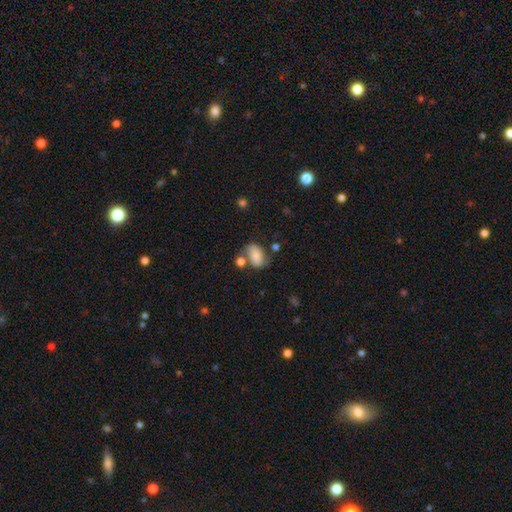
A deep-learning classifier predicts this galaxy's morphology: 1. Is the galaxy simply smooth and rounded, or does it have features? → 69% smooth, 22% featured or disk, 9% star or artifact.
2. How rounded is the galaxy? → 83% in between, 15% round, 2% cigar-shaped.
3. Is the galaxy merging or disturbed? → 51% none, 21% merger, 20% minor disturbance, 8% major disturbance.